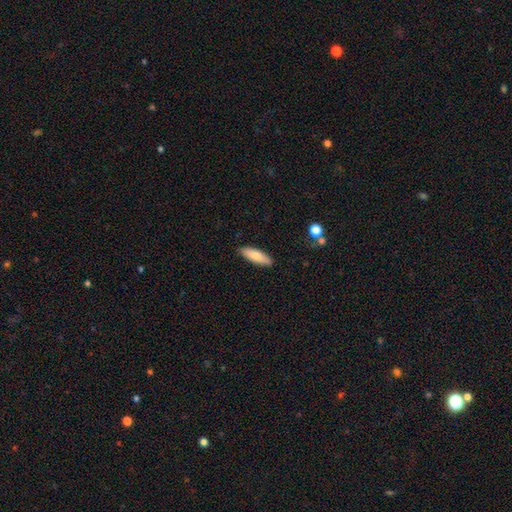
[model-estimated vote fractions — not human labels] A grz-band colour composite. It shows a smooth galaxy with no disk features (79%) that is cigar-shaped (51%). Merging: none (89%).